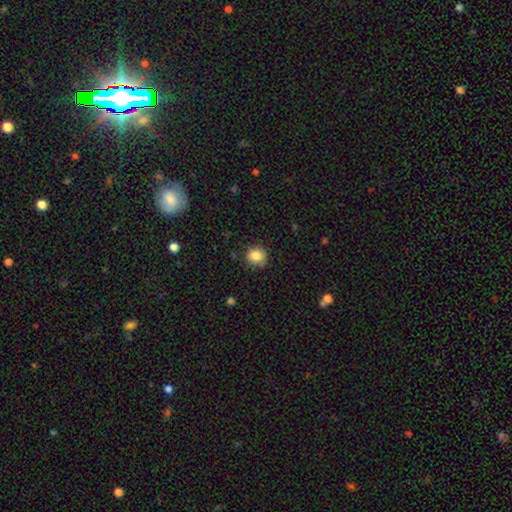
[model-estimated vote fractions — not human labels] A smooth galaxy with no disk features (85%) that is round (84%). Merging: none (82%).